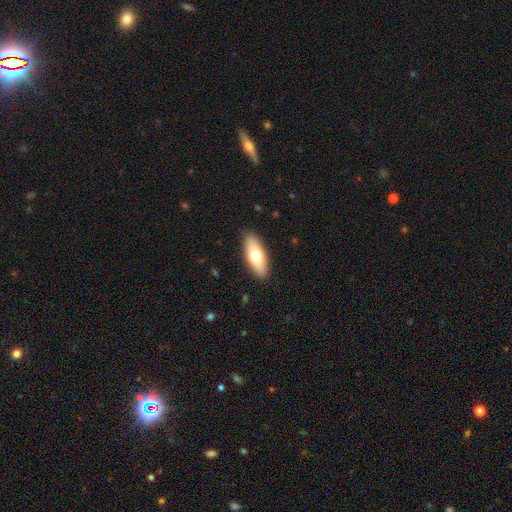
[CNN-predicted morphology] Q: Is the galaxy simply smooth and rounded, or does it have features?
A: smooth — 71%.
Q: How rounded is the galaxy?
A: in between — 72%.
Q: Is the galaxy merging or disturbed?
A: none — 89%.